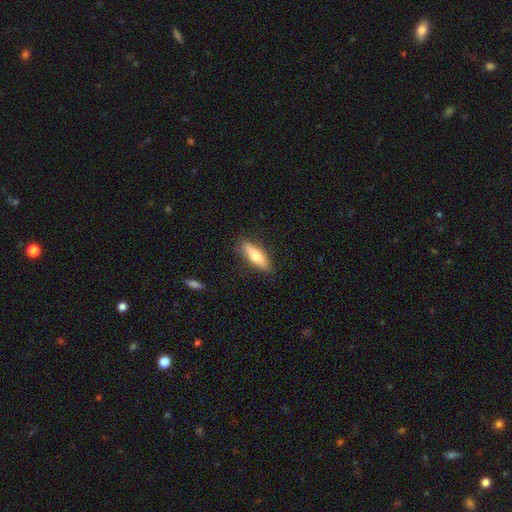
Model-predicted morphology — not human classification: This is likely a smooth galaxy (65%). How rounded: possibly cigar-shaped (57%). Merging: clearly none (86%).